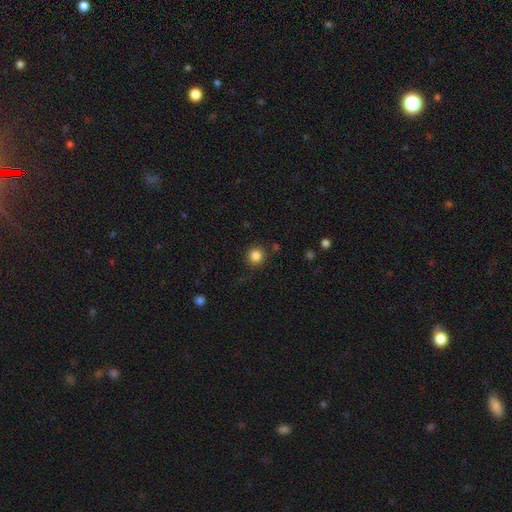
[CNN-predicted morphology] This appears to be a smooth galaxy with no disk features (85%) that is round (91%). Merging: none (86%).